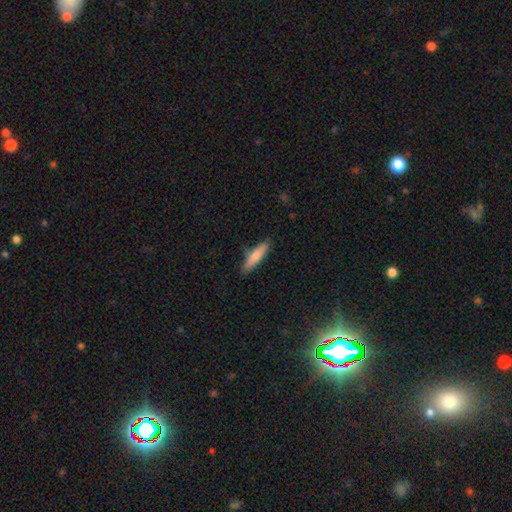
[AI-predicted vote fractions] Smooth or featured? smooth (79%)
How rounded? cigar-shaped (76%)
Merging? none (82%)